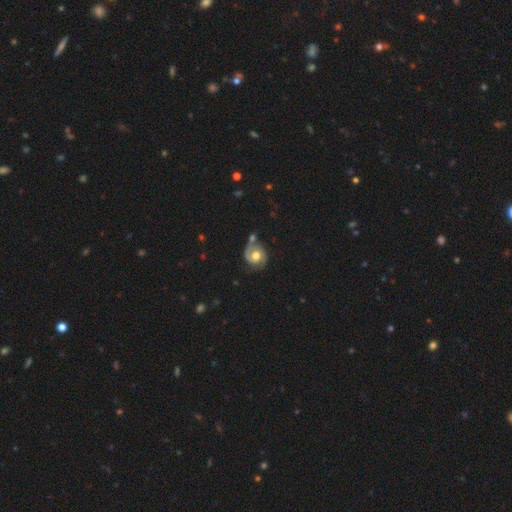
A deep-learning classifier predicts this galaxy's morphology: Smooth or featured? featured or disk (78%)
Edge-on disk? no (98%)
Bar? no (68%)
Spiral arms? yes (93%)
Spiral winding? medium (44%)
Spiral arm count? 2 (80%)
Bulge size? moderate (66%)
Merging? none (61%)